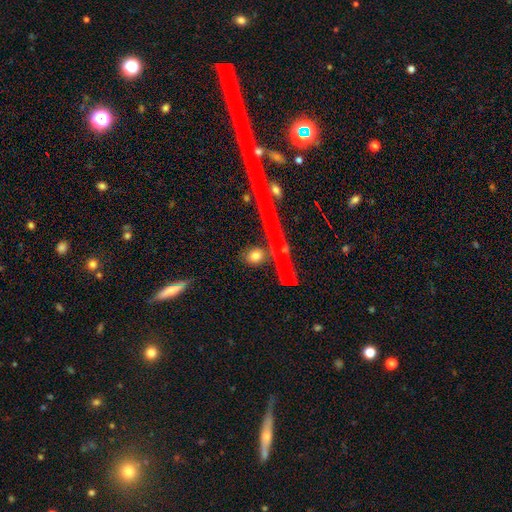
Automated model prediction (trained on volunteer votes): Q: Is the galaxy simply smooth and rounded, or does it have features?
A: smooth — 72%.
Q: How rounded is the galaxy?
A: round — 72%.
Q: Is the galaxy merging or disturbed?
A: none — 80%.